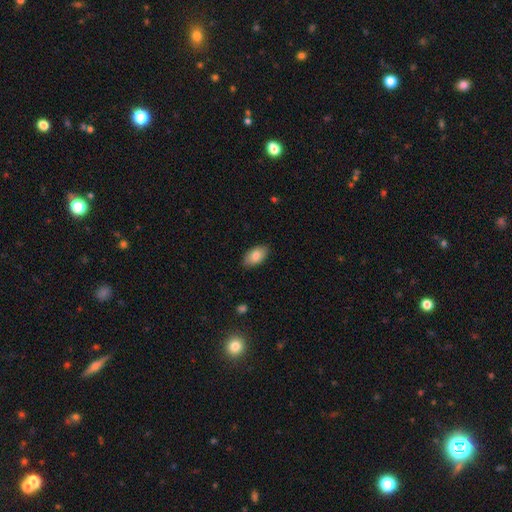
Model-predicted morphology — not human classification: Overall: smooth (83%). How rounded: in between (94%). Merging: none (87%).